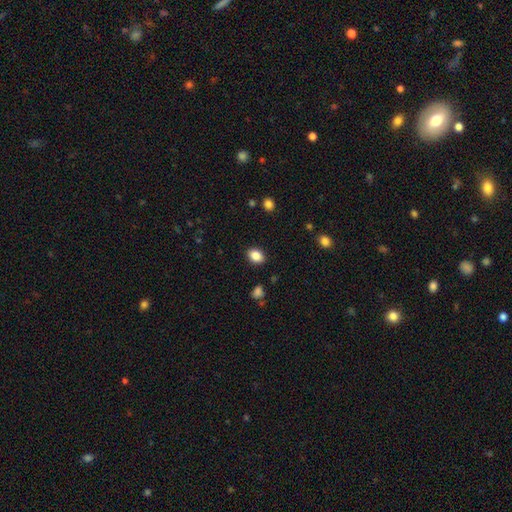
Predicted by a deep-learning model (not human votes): smooth_or_featured: smooth (p=0.87) [alt: star or artifact p=0.09]
how_rounded: in between (p=0.72) [alt: round p=0.27]
merging: none (p=0.88) [alt: minor disturbance p=0.08]